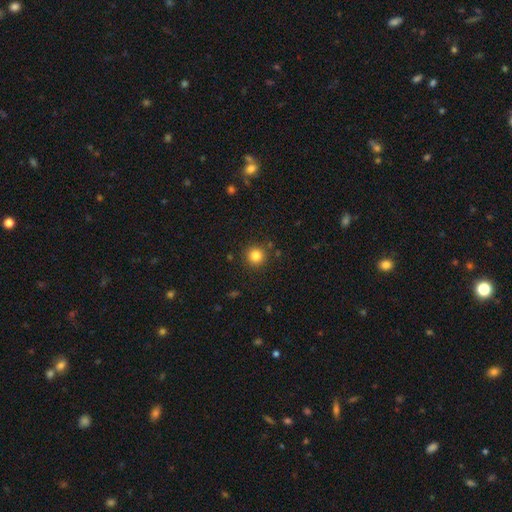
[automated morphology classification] This appears to be a smooth galaxy with no disk features (82%) that is round (95%). Merging: none (89%).